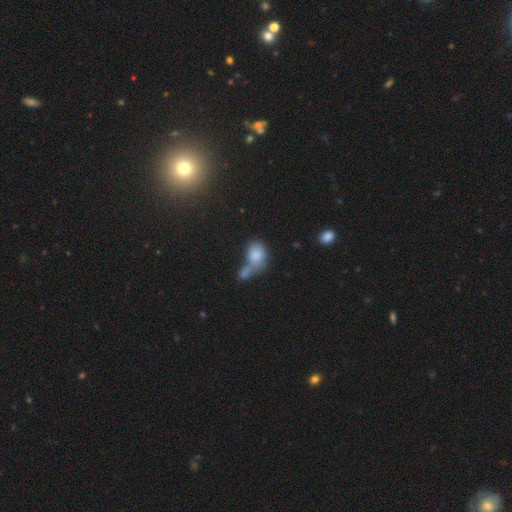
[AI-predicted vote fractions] A smooth galaxy with no disk features (81%) that is in between round and cigar-shaped (75%).

Vote fractions:
- Smooth or featured? smooth: 81% / featured or disk: 10% / star or artifact: 9%
- How rounded? in between: 75% / round: 23% / cigar-shaped: 2%
- Merging? merger: 59% / none: 22% / minor disturbance: 11% / major disturbance: 8%